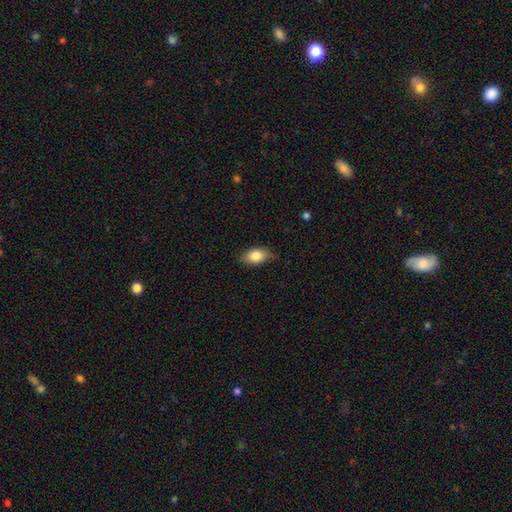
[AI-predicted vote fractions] A smooth galaxy with no disk features (81%) that is in between round and cigar-shaped (87%). Merging: none (75%).